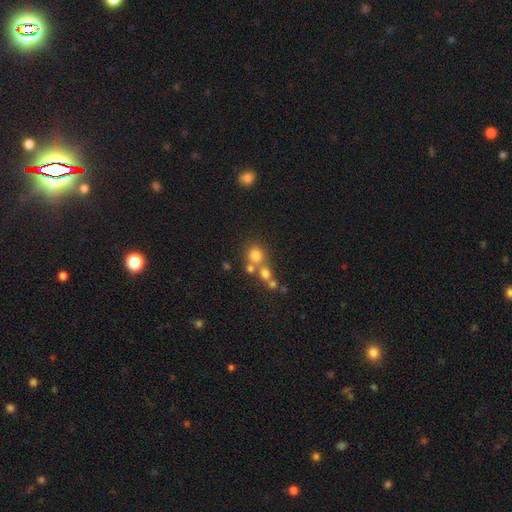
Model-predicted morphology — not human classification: type=smooth (71%); roundness=round (88%); merging=none (53%).